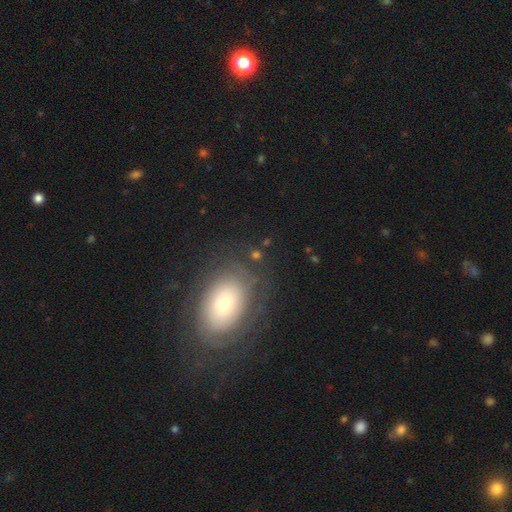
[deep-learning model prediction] Smooth or featured? Predicted: featured or disk (p=0.46). Merging? Predicted: none (p=0.73).